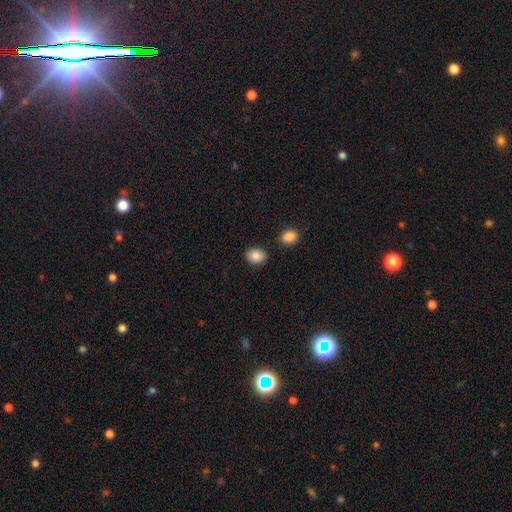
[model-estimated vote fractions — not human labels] The model was most divided on "how rounded": round: 51%, in between: 48%, cigar-shaped: 1%. More confident: smooth or featured — smooth (87%); merging — none (84%).